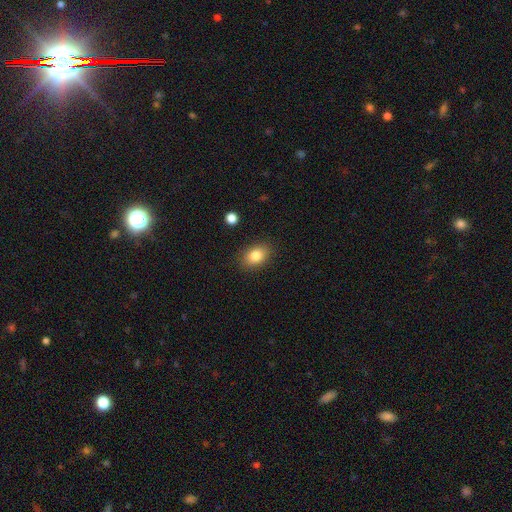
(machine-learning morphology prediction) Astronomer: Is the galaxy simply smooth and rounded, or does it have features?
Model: smooth — 83%.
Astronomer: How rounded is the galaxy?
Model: in between — 79%.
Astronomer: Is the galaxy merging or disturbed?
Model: none — 87%.